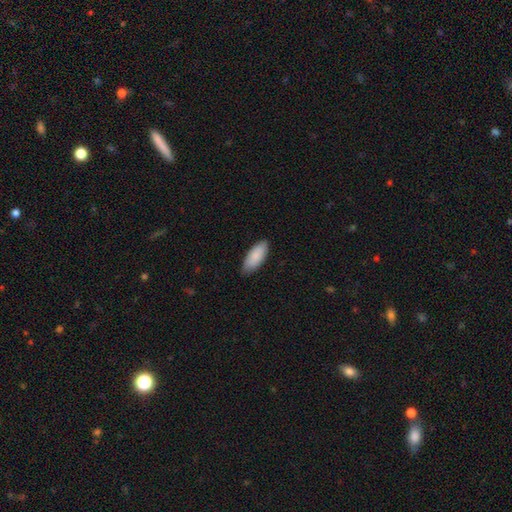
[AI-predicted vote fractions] This appears to be a smooth galaxy with no disk features (88%) that is in between round and cigar-shaped (83%). Merging: none (82%).